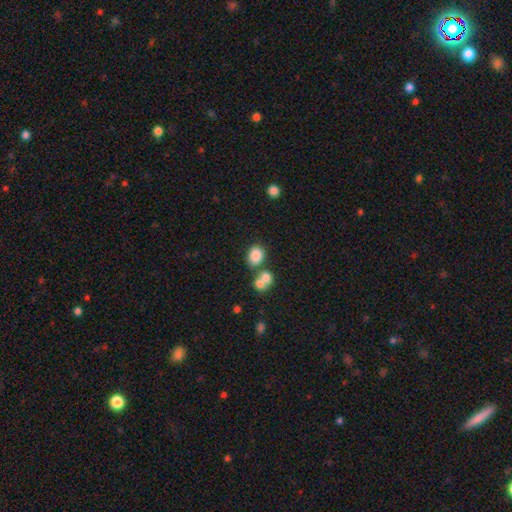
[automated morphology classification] smooth 82%, star or artifact 10%, featured or disk 7%. Down the decision tree: how rounded — round (51%); merging — none (57%).